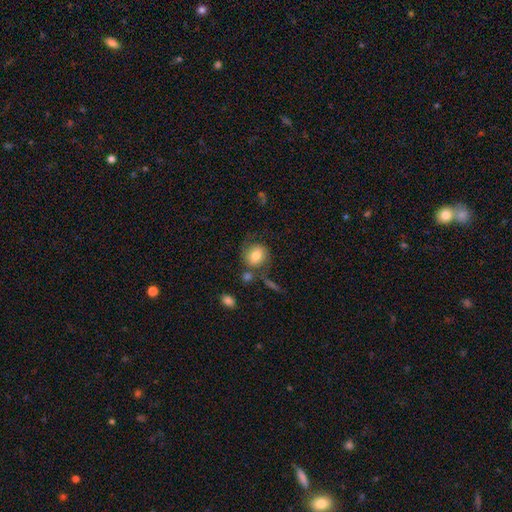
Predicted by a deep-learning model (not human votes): A smooth galaxy with no disk features (77%) that is round (71%).

Vote fractions:
- Smooth or featured? smooth: 77% / featured or disk: 14% / star or artifact: 9%
- How rounded? round: 71% / in between: 28% / cigar-shaped: 1%
- Merging? none: 65% / minor disturbance: 16% / merger: 11% / major disturbance: 8%